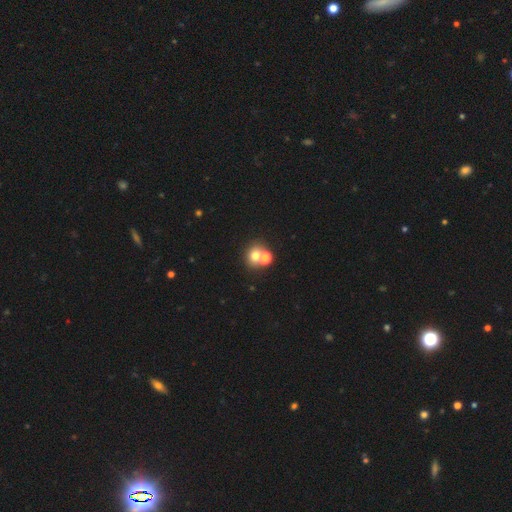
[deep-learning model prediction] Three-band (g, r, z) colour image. It shows a smooth galaxy with no disk features (67%) that is round (71%). Merging: none (45%).